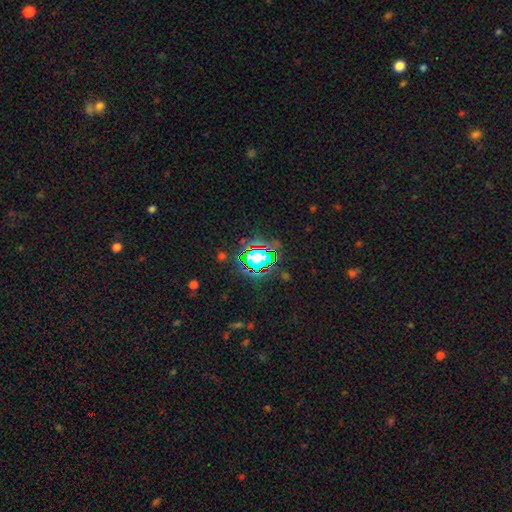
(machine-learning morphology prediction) Q: Smooth or featured?
A: star or artifact (63%); runner-up: smooth (25%)